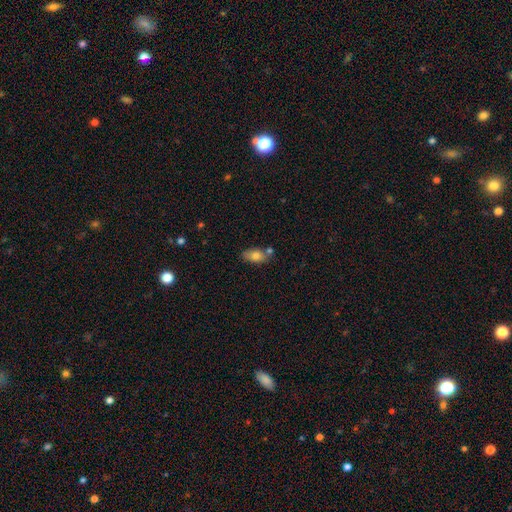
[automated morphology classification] Smooth or featured? smooth (76%)
How rounded? in between (88%)
Merging? none (64%)